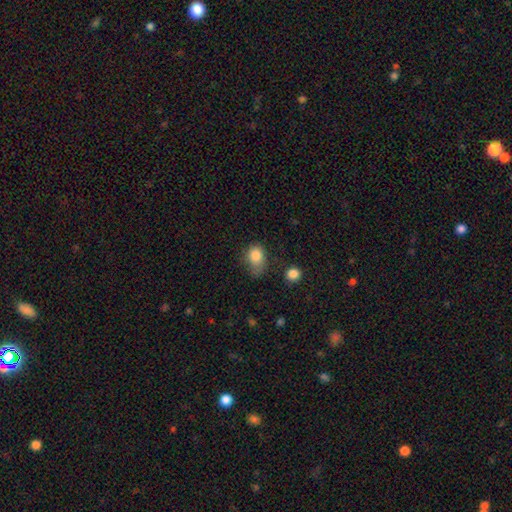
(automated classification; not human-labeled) This appears to be a smooth galaxy with no disk features (83%) that is in between round and cigar-shaped (57%). Merging: none (39%).